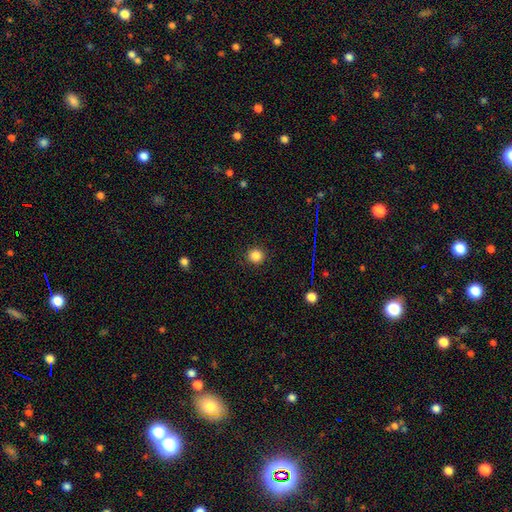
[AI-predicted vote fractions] Smooth or featured?
  - smooth: 85% *
  - star or artifact: 11%
  - featured or disk: 4%
How rounded?
  - round: 93% *
  - in between: 6%
  - cigar-shaped: 1%
Merging?
  - none: 91% *
  - minor disturbance: 6%
  - major disturbance: 2%
  - merger: 1%